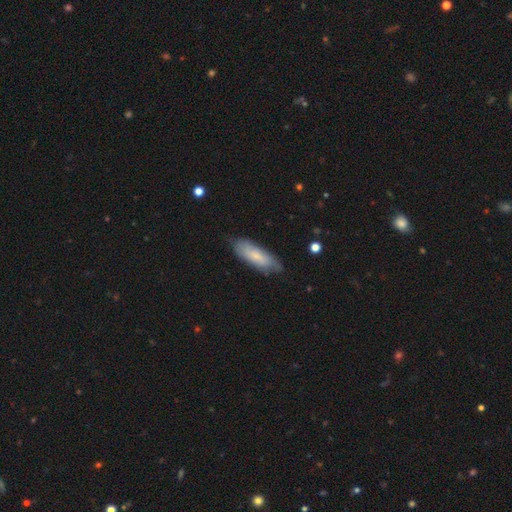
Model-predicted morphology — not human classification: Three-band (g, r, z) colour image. It shows a smooth galaxy with no disk features (71%) that is in between round and cigar-shaped (59%). Merging: none (73%).